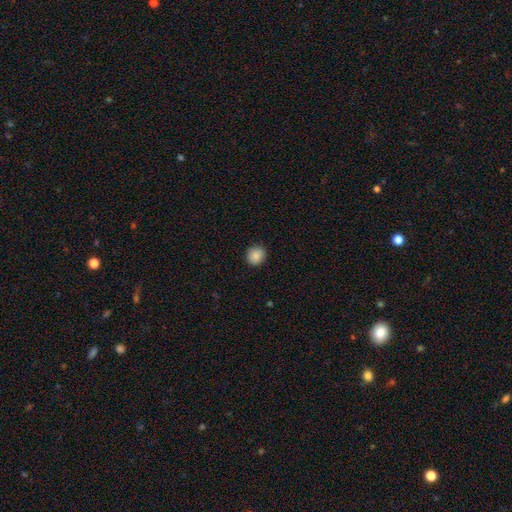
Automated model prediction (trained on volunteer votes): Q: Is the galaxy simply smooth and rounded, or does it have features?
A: smooth — 87%.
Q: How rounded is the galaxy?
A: round — 86%.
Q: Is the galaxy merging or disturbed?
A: none — 91%.